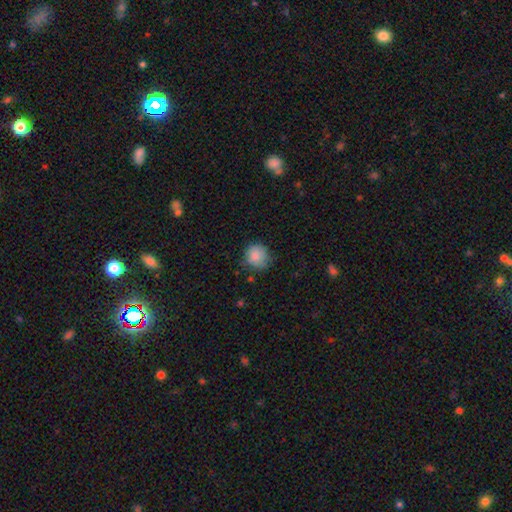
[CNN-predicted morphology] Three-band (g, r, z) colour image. It shows a smooth galaxy with no disk features (85%) that is round (87%). Merging: none (70%).